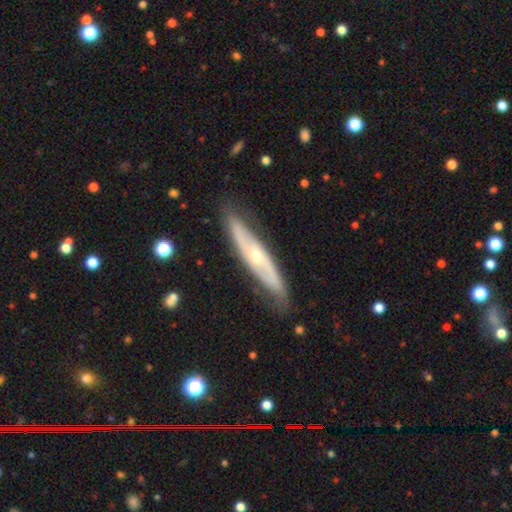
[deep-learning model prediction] The model was most divided on "edge-on disk": yes: 52%, no: 48%. More confident: merging — none (77%); smooth or featured — featured or disk (70%).